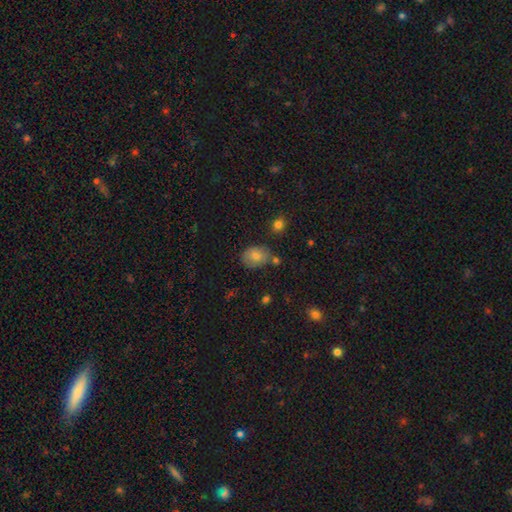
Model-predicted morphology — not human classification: smooth 76%, star or artifact 12%, featured or disk 11%. Down the decision tree: how rounded — in between (69%); merging — none (71%).